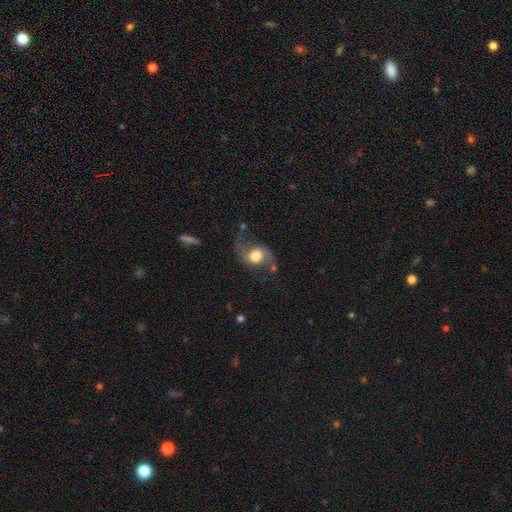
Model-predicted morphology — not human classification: smooth_or_featured: featured or disk (p=0.65) [alt: smooth p=0.27]
disk_edge_on: no (p=0.96) [alt: yes p=0.04]
bar: no (p=0.66) [alt: weak p=0.27]
has_spiral_arms: yes (p=0.89) [alt: no p=0.11]
spiral_winding: loose (p=0.74) [alt: medium p=0.22]
spiral_arm_count: 2 (p=0.91) [alt: 1 p=0.04]
bulge_size: large (p=0.45) [alt: moderate p=0.39]
merging: none (p=0.60) [alt: minor disturbance p=0.20]